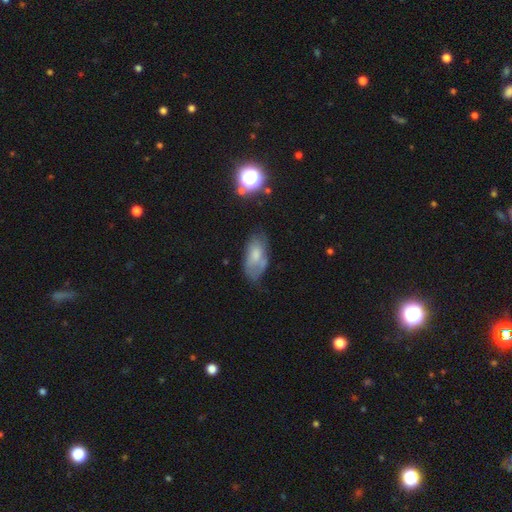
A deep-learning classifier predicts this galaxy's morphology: Smooth or featured?
  - smooth: 60% *
  - featured or disk: 30%
  - star or artifact: 10%
How rounded?
  - in between: 91% *
  - cigar-shaped: 5%
  - round: 4%
Merging?
  - none: 47% *
  - minor disturbance: 32%
  - major disturbance: 16%
  - merger: 5%